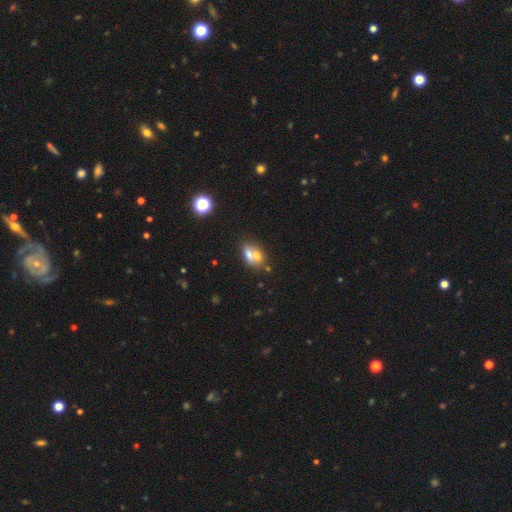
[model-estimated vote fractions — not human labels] This appears to be a smooth galaxy with no disk features (61%) that is in between round and cigar-shaped (61%). Merging: merger (61%).